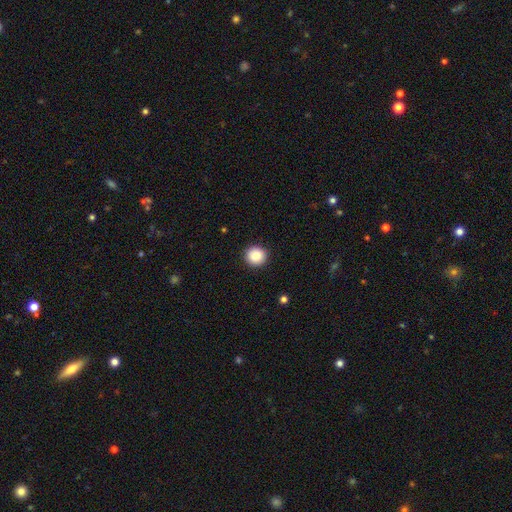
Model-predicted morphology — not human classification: Q: Smooth or featured?
A: smooth (87%); runner-up: star or artifact (9%)
Q: How rounded?
A: round (92%); runner-up: in between (7%)
Q: Merging?
A: none (92%); runner-up: minor disturbance (5%)